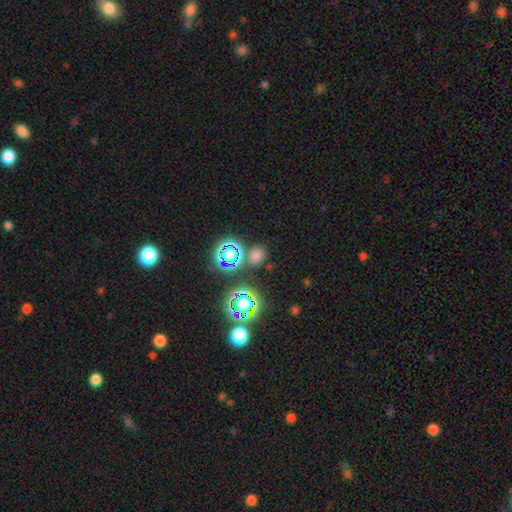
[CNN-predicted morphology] This is possibly a smooth galaxy (58%). How rounded: possibly round (57%). Merging: likely none (77%).